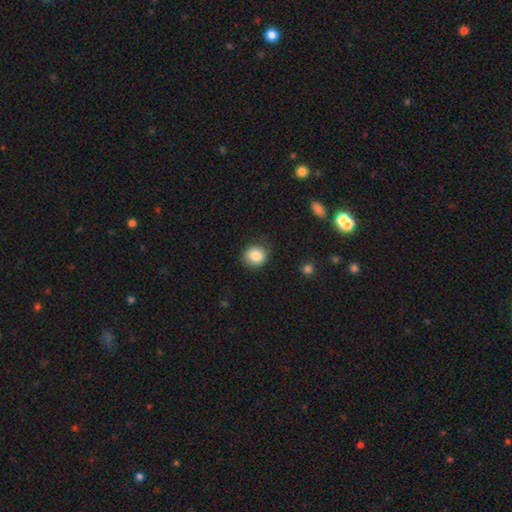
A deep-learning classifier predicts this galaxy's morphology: Q: Smooth or featured?
A: smooth (85%); runner-up: star or artifact (9%)
Q: How rounded?
A: round (84%); runner-up: in between (15%)
Q: Merging?
A: none (81%); runner-up: minor disturbance (14%)